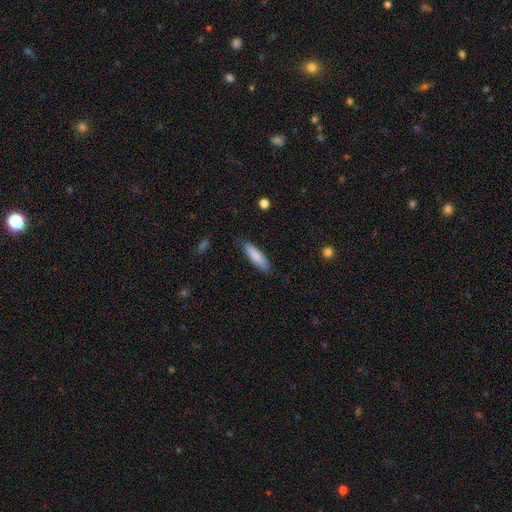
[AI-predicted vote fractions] This is clearly a smooth galaxy (82%). How rounded: likely cigar-shaped (64%). Merging: clearly none (82%).